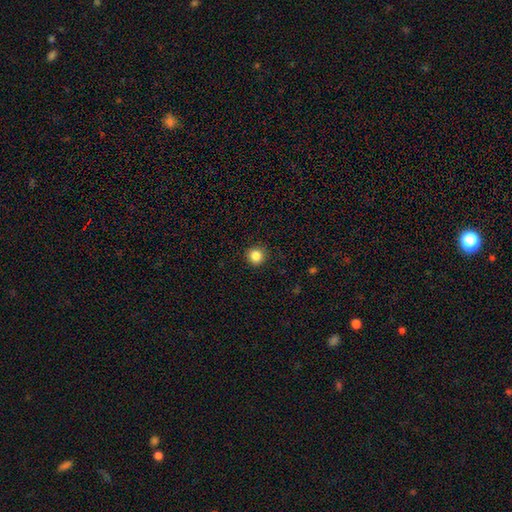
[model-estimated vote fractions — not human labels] A smooth galaxy with no disk features (85%) that is round (93%).

Vote fractions:
- Smooth or featured? smooth: 85% / star or artifact: 11% / featured or disk: 4%
- How rounded? round: 93% / in between: 6% / cigar-shaped: 1%
- Merging? none: 92% / minor disturbance: 5% / major disturbance: 2% / merger: 1%